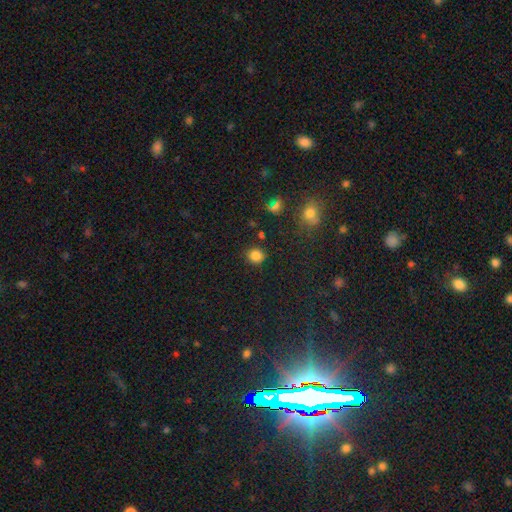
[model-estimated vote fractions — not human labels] The model was most divided on "smooth or featured": smooth: 81%, star or artifact: 14%, featured or disk: 4%. More confident: how rounded — round (86%); merging — none (86%).